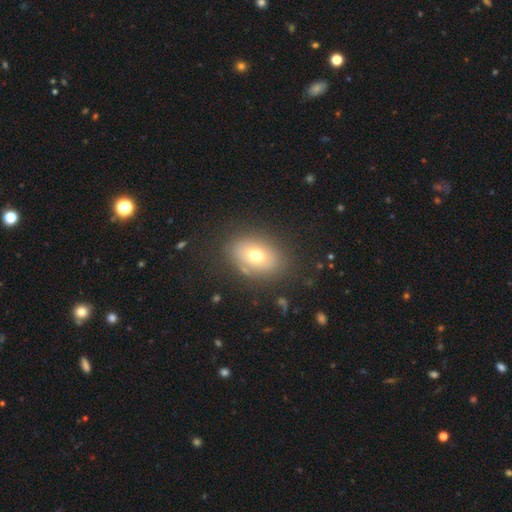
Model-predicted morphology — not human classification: smooth_or_featured: smooth (p=0.65) [alt: featured or disk p=0.24]
how_rounded: in between (p=0.77) [alt: round p=0.21]
merging: none (p=0.80) [alt: minor disturbance p=0.13]